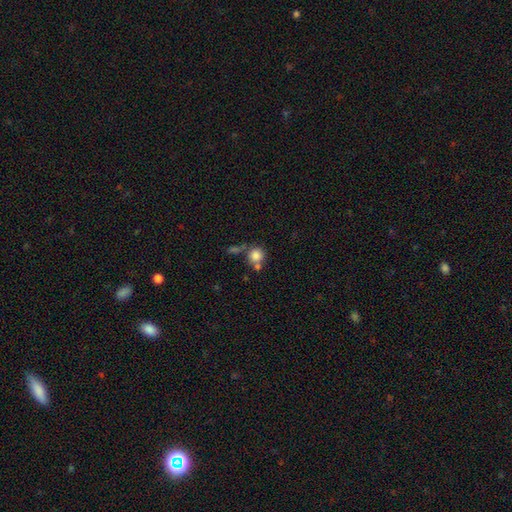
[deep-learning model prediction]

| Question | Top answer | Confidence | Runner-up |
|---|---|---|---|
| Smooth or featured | smooth | 82% | star or artifact (10%) |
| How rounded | round | 90% | in between (9%) |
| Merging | none | 56% | merger (28%) |